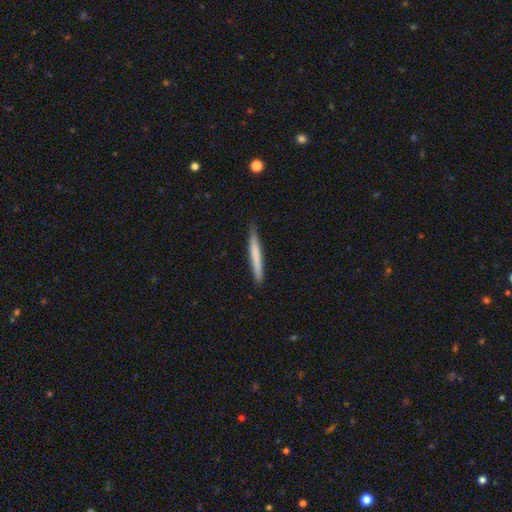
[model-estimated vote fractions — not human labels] Smooth or featured: smooth — 66% (featured or disk — 29%)
How rounded: cigar-shaped — 97% (in between — 2%)
Merging: none — 87% (minor disturbance — 11%)